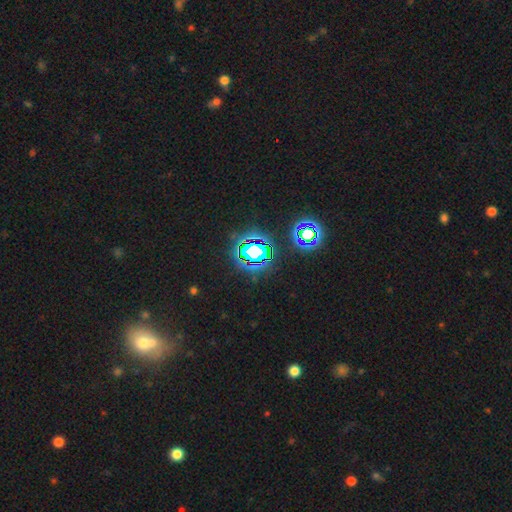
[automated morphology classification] This appears to be a star or artifact, not a galaxy (78%).